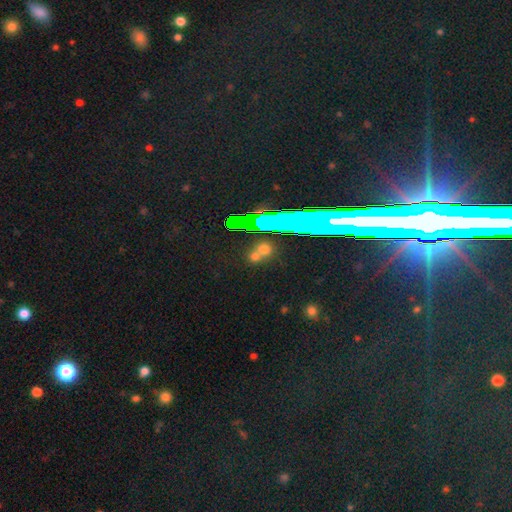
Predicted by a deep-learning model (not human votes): The model was most divided on "smooth or featured": star or artifact: 58%, smooth: 22%, featured or disk: 20%.